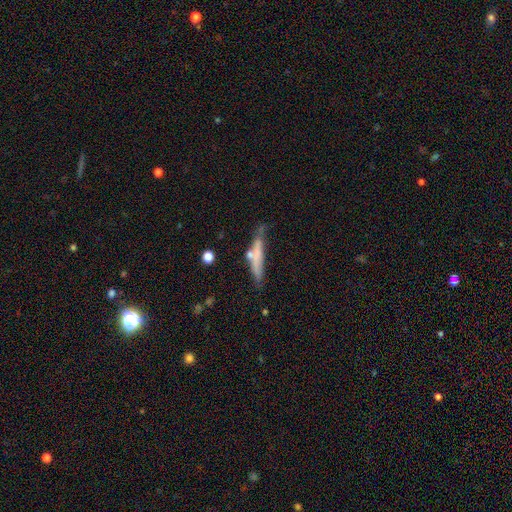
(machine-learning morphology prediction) This appears to be a smooth galaxy with no disk features (55%) that is cigar-shaped (87%). Merging: none (53%).